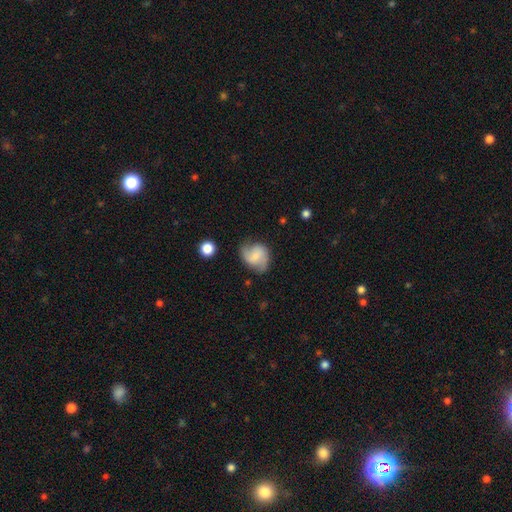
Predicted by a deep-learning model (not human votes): smooth_or_featured: featured or disk (p=0.54) [alt: smooth p=0.38]
disk_edge_on: no (p=0.97) [alt: yes p=0.03]
bar: weak (p=0.45) [alt: no p=0.40]
has_spiral_arms: yes (p=0.89) [alt: no p=0.11]
bulge_size: small (p=0.41) [alt: none p=0.27]
merging: none (p=0.63) [alt: minor disturbance p=0.25]